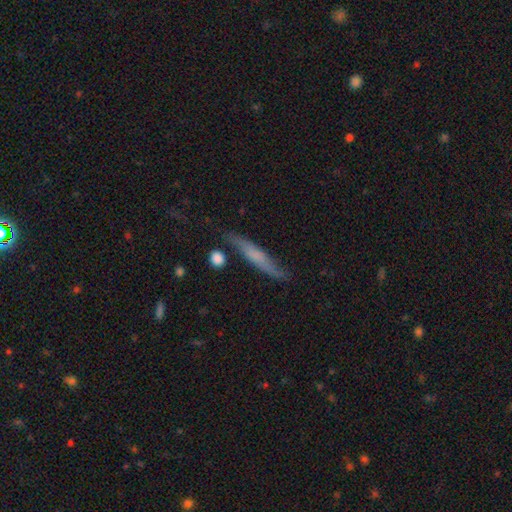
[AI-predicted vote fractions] smooth_or_featured: featured or disk (p=0.50) [alt: smooth p=0.43]
merging: none (p=0.69) [alt: minor disturbance p=0.21]